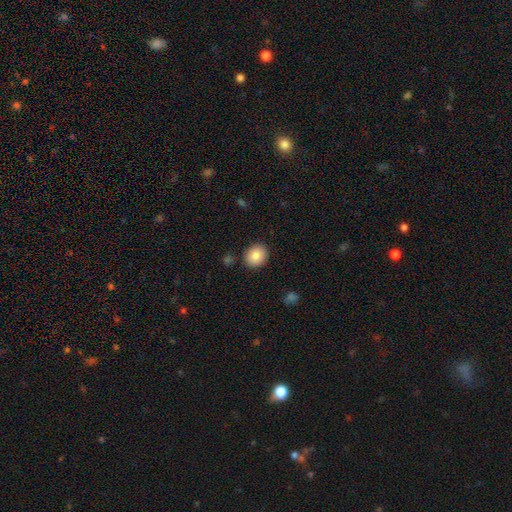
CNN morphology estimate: Smooth or featured?
  - smooth: 85% *
  - star or artifact: 8%
  - featured or disk: 7%
How rounded?
  - round: 75% *
  - in between: 24%
  - cigar-shaped: 1%
Merging?
  - none: 88% *
  - minor disturbance: 8%
  - major disturbance: 2%
  - merger: 2%